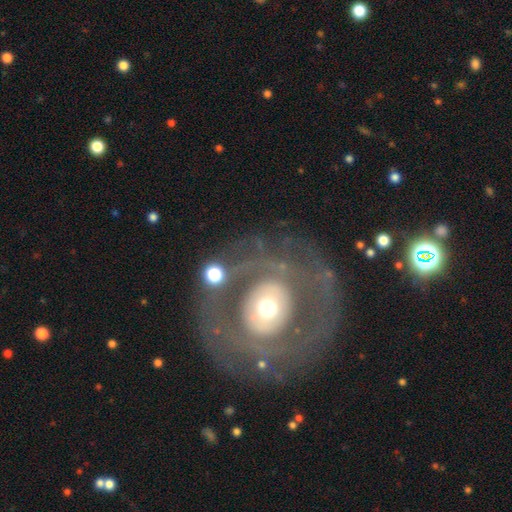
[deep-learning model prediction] The model was most divided on "spiral arms": no: 54%, yes: 46%. More confident: edge-on disk — no (96%); merging — none (75%); bar — no (73%); smooth or featured — featured or disk (72%); bulge size — moderate (51%).